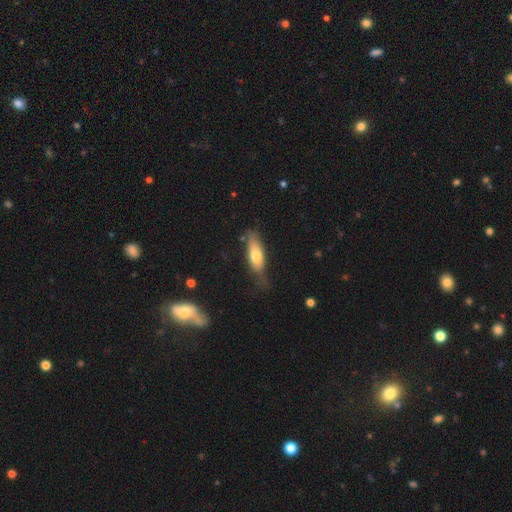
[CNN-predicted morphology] Smooth or featured? Predicted: smooth (p=0.68). How rounded? Predicted: in between (p=0.61). Merging? Predicted: none (p=0.59).